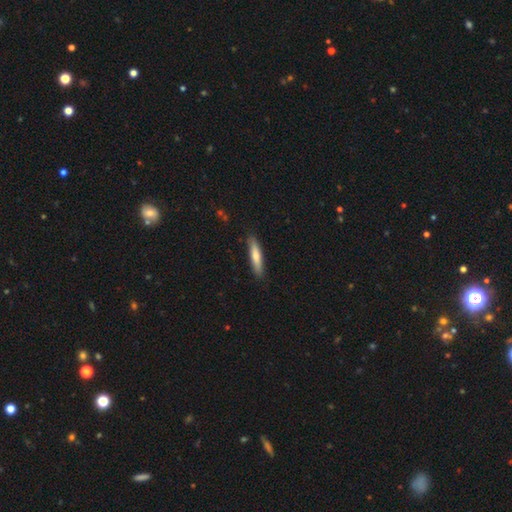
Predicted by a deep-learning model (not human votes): This is likely a smooth galaxy (69%). How rounded: clearly cigar-shaped (85%). Merging: clearly none (88%).